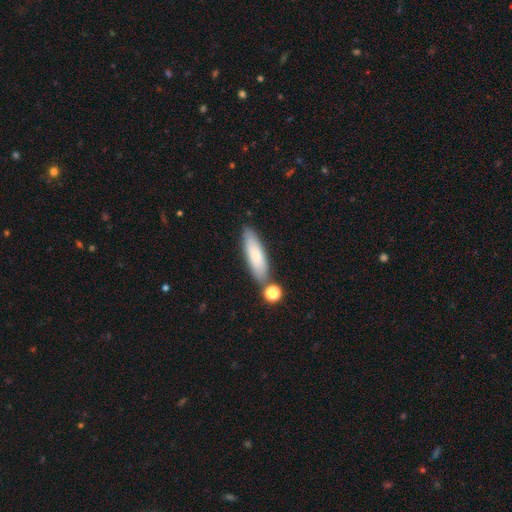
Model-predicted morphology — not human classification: smooth_or_featured: smooth (p=0.76) [alt: featured or disk p=0.17]
how_rounded: cigar-shaped (p=0.63) [alt: in between p=0.35]
merging: none (p=0.73) [alt: minor disturbance p=0.13]